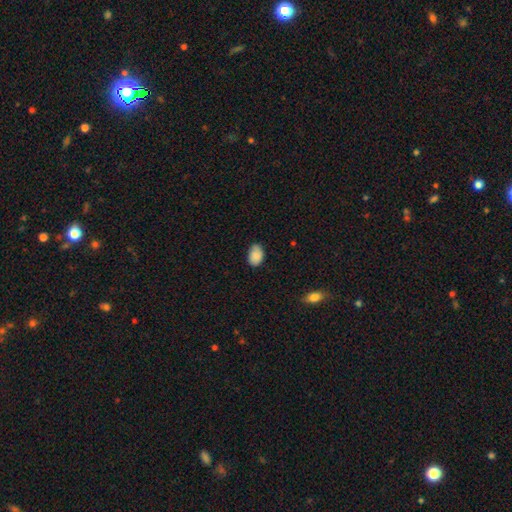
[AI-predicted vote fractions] smooth_or_featured: smooth (p=0.88) [alt: star or artifact p=0.07]
how_rounded: in between (p=0.86) [alt: round p=0.13]
merging: none (p=0.76) [alt: minor disturbance p=0.20]